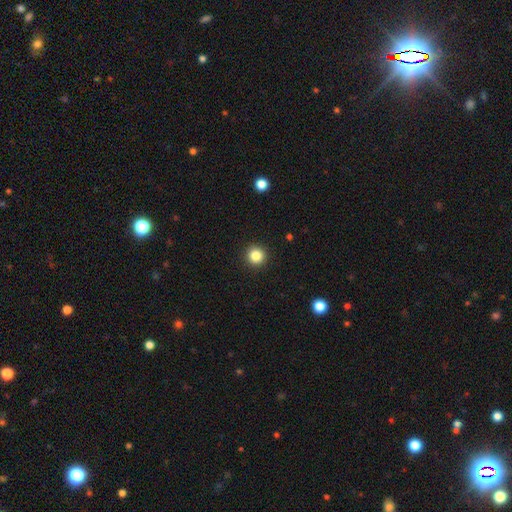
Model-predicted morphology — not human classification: type=smooth (85%); roundness=round (95%); merging=none (93%).